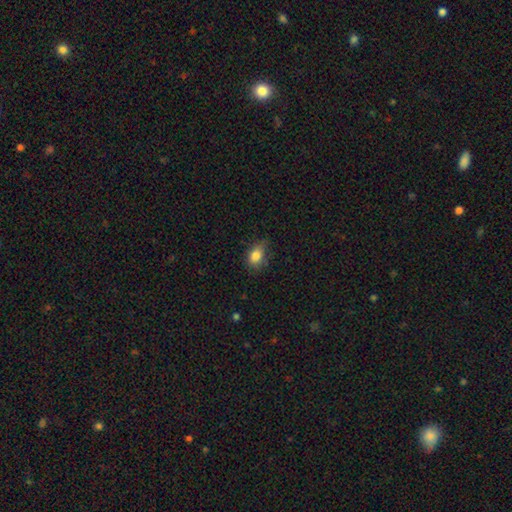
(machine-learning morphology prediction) Q: Smooth or featured?
A: smooth (83%); runner-up: star or artifact (10%)
Q: How rounded?
A: in between (73%); runner-up: round (25%)
Q: Merging?
A: none (60%); runner-up: minor disturbance (31%)